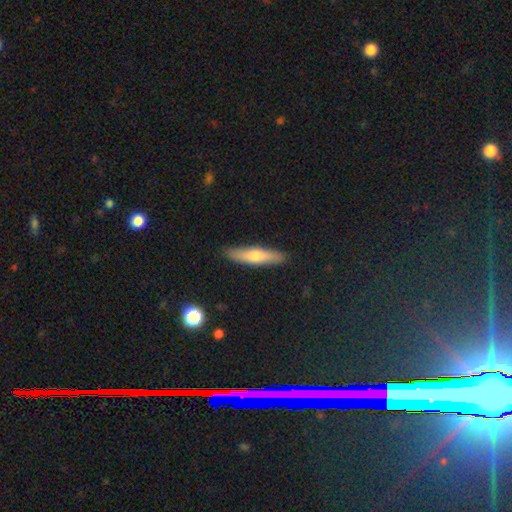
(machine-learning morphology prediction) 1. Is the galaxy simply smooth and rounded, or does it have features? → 54% smooth, 39% featured or disk, 6% star or artifact.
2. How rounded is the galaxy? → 81% cigar-shaped, 17% in between, 2% round.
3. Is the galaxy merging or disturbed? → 90% none, 7% minor disturbance, 2% major disturbance, 1% merger.